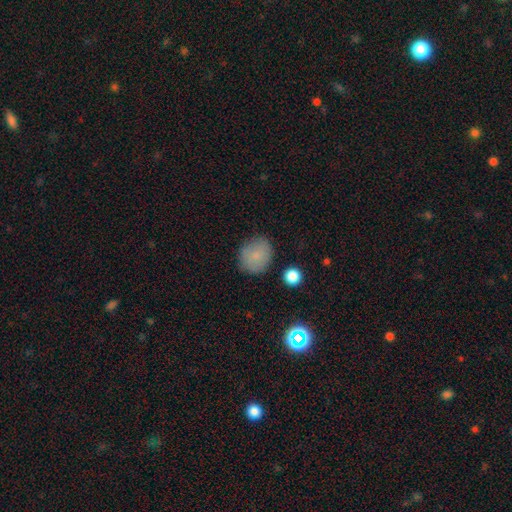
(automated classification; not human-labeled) Smooth or featured?
  - smooth: 82% *
  - star or artifact: 10%
  - featured or disk: 9%
How rounded?
  - round: 71% *
  - in between: 28%
  - cigar-shaped: 1%
Merging?
  - none: 81% *
  - minor disturbance: 13%
  - major disturbance: 3%
  - merger: 2%